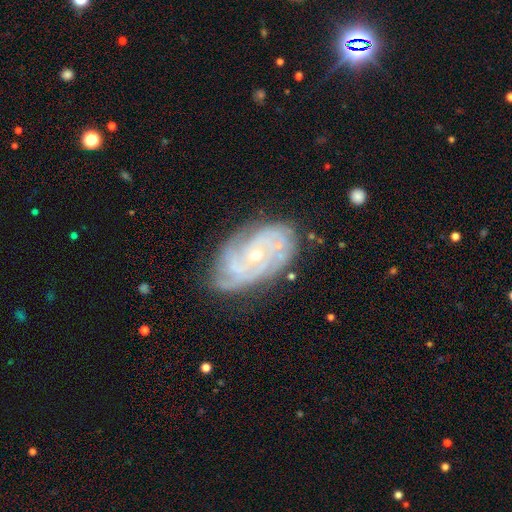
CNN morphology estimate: Smooth or featured: featured or disk — 85% (smooth — 8%)
Edge-on disk: no — 96% (yes — 4%)
Bar: no — 76% (weak — 19%)
Spiral arms: yes — 96% (no — 4%)
Spiral winding: tight — 68% (medium — 26%)
Spiral arm count: can't tell — 29% (4 — 22%)
Bulge size: small — 68% (moderate — 29%)
Merging: none — 72% (minor disturbance — 20%)